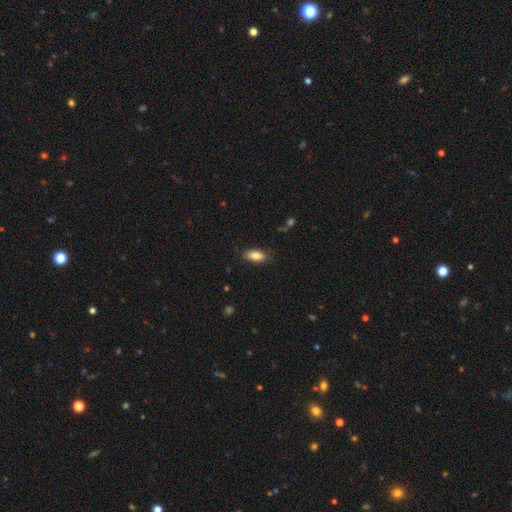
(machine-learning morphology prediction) smooth 84%, featured or disk 9%, star or artifact 7%. Down the decision tree: how rounded — in between (87%); merging — none (82%).